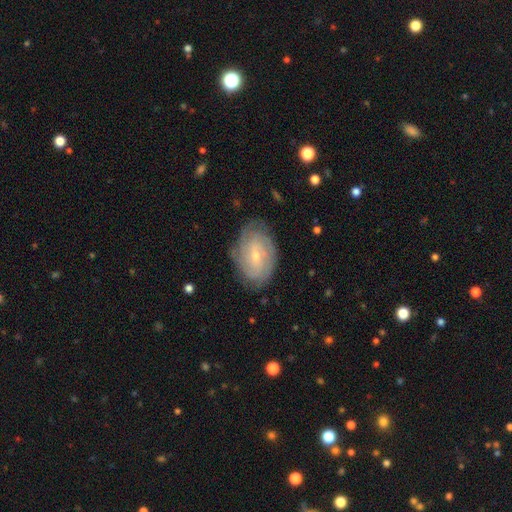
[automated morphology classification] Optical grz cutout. It shows a featured or disk galaxy (73%) with a weak bar (45%), tight (69%) spiral arms (88%) and a small central bulge (73%). Merging: none (78%).